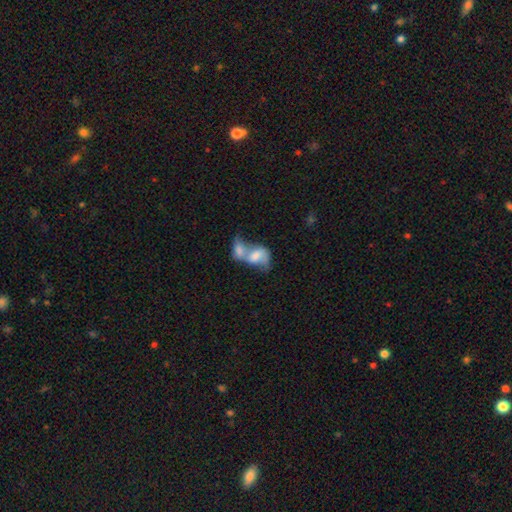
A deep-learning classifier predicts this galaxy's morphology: This is possibly a smooth galaxy (49%). Merging: likely merger (77%).